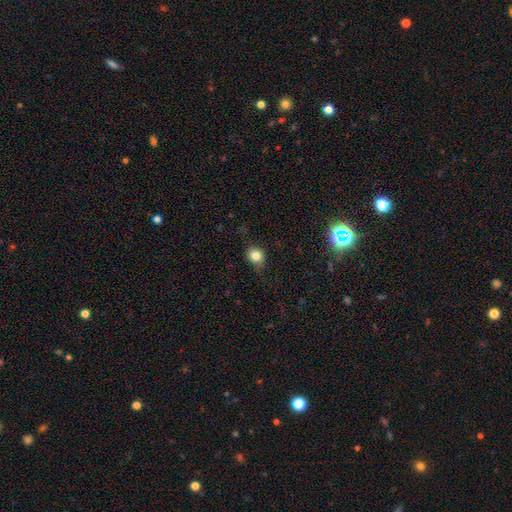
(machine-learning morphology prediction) Smooth or featured?
  - smooth: 79% *
  - star or artifact: 12%
  - featured or disk: 9%
How rounded?
  - round: 64% *
  - in between: 34%
  - cigar-shaped: 1%
Merging?
  - none: 72% *
  - minor disturbance: 21%
  - major disturbance: 6%
  - merger: 1%